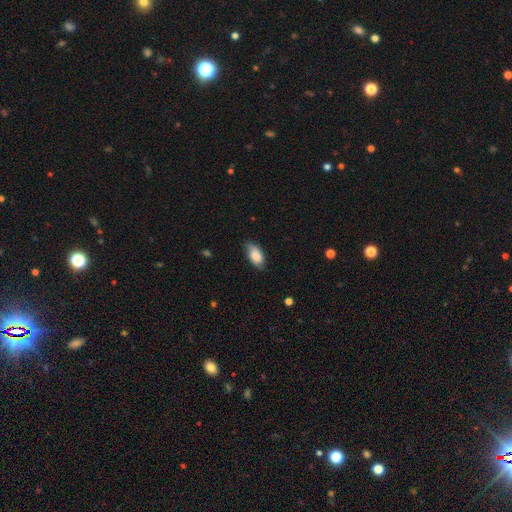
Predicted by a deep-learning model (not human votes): smooth 80%, featured or disk 14%, star or artifact 7%. Down the decision tree: how rounded — in between (92%); merging — none (65%).